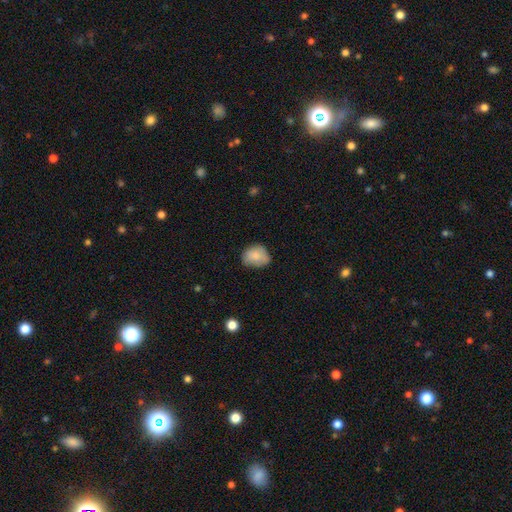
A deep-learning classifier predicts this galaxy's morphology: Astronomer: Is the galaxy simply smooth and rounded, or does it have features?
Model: smooth — 82%.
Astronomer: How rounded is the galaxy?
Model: in between — 50% (runner-up: round, 49%).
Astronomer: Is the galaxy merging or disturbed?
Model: none — 65%.